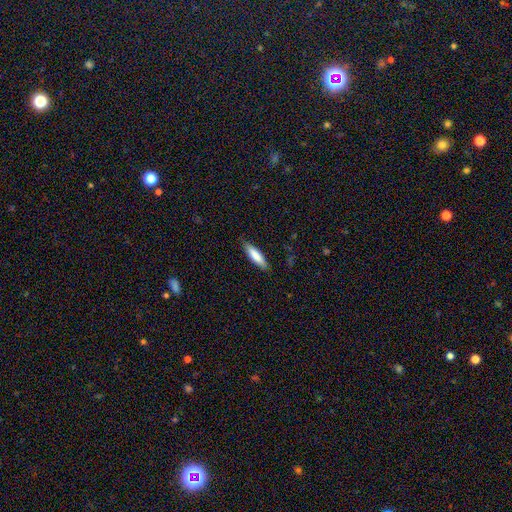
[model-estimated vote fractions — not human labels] Smooth or featured? Predicted: smooth (p=0.80). How rounded? Predicted: cigar-shaped (p=0.69). Merging? Predicted: none (p=0.85).